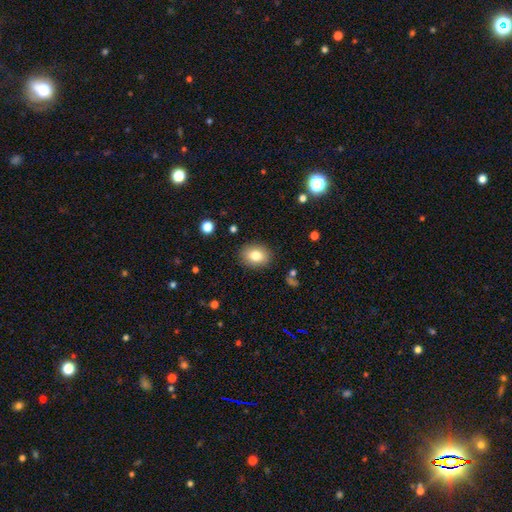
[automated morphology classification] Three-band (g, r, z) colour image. It shows a smooth galaxy with no disk features (80%) that is in between round and cigar-shaped (56%). Merging: none (88%).